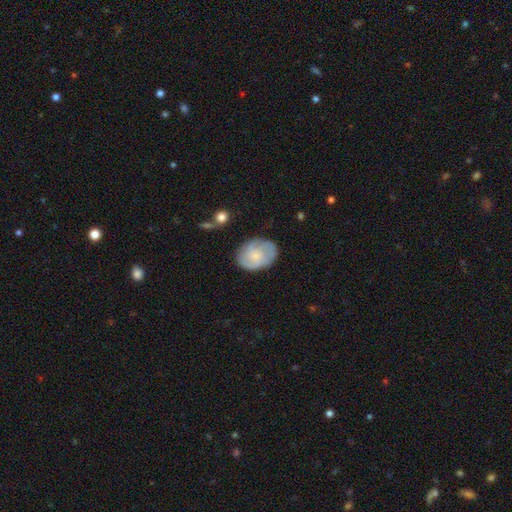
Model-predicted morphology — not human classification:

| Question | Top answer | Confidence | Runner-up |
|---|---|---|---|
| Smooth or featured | smooth | 50% | featured or disk (43%) |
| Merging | none | 72% | minor disturbance (20%) |